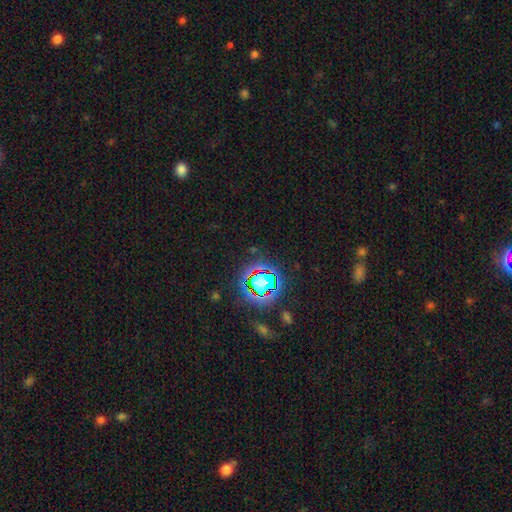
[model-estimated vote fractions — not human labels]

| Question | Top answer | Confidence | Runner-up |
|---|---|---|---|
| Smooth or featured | star or artifact | 77% | smooth (14%) |